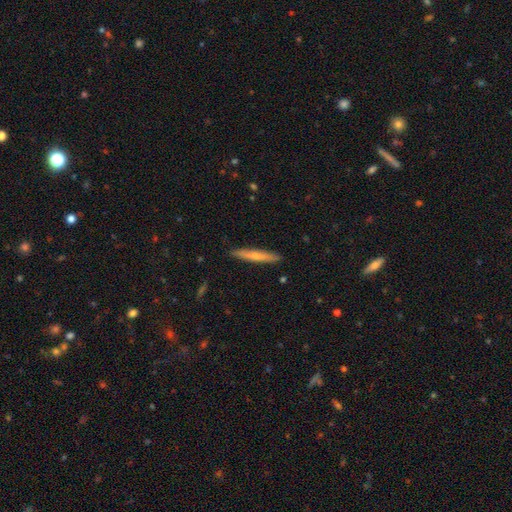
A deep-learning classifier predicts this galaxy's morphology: A smooth galaxy with no disk features (63%) that is cigar-shaped (95%).

Vote fractions:
- Smooth or featured? smooth: 63% / featured or disk: 31% / star or artifact: 6%
- How rounded? cigar-shaped: 95% / in between: 4% / round: 1%
- Merging? none: 90% / minor disturbance: 7% / major disturbance: 1% / merger: 1%